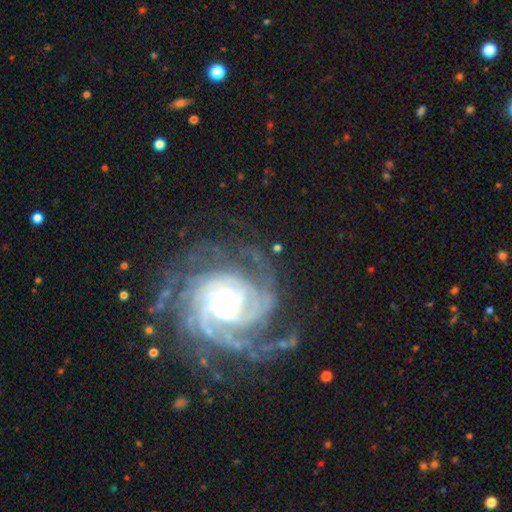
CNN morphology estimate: Smooth or featured?
  - featured or disk: 90% *
  - star or artifact: 6%
  - smooth: 4%
Edge-on disk?
  - no: 97% *
  - yes: 3%
Bar?
  - no: 51% *
  - weak: 33%
  - strong: 16%
Spiral arms?
  - yes: 98% *
  - no: 2%
Spiral winding?
  - tight: 74% *
  - medium: 22%
  - loose: 3%
Spiral arm count?
  - 4: 28% *
  - more than 4: 18%
  - can't tell: 18%
  - 3: 18%
  - 2: 10%
  - 1: 8%
Bulge size?
  - moderate: 52% *
  - small: 37%
  - large: 8%
  - none: 2%
  - dominant: 1%
Merging?
  - none: 72% *
  - minor disturbance: 16%
  - major disturbance: 10%
  - merger: 2%